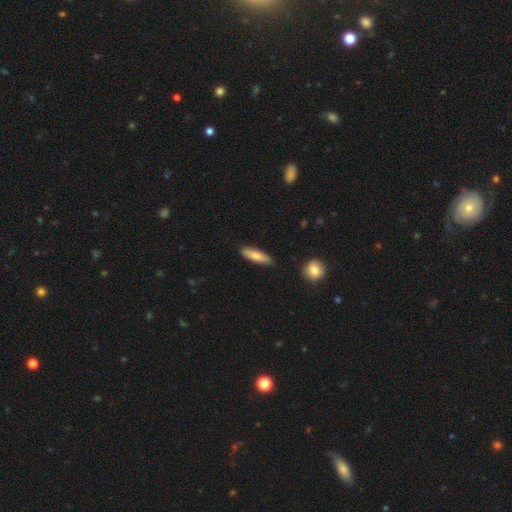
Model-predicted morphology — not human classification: Smooth or featured?
  - smooth: 79% *
  - featured or disk: 15%
  - star or artifact: 6%
How rounded?
  - cigar-shaped: 63% *
  - in between: 35%
  - round: 2%
Merging?
  - none: 87% *
  - minor disturbance: 9%
  - major disturbance: 2%
  - merger: 2%